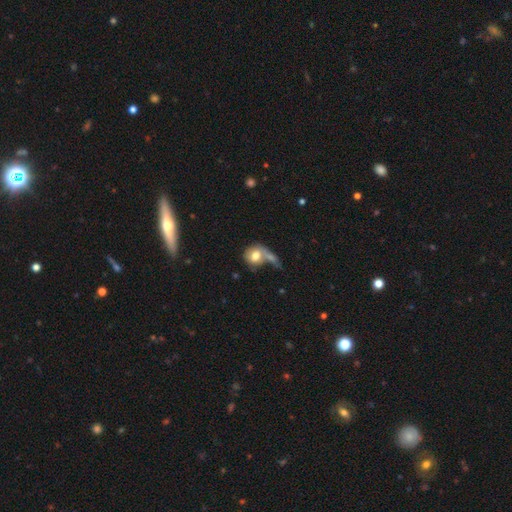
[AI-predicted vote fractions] Morphology: type=smooth (71%); roundness=round (71%); merging=merger (36%).